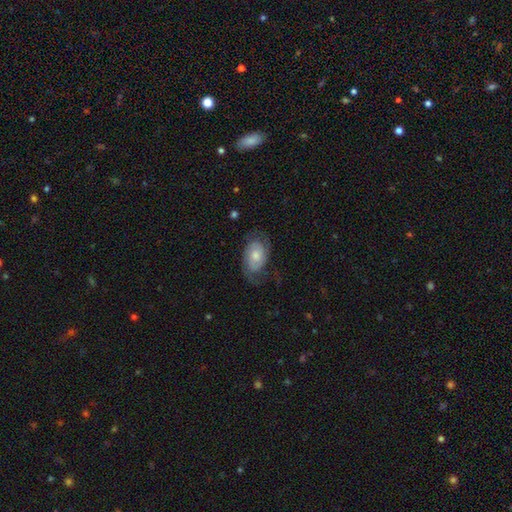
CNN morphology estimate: Smooth or featured? featured or disk (63%)
Edge-on disk? no (96%)
Bar? no (71%)
Spiral arms? yes (87%)
Spiral winding? medium (40%)
Spiral arm count? 2 (71%)
Bulge size? moderate (52%)
Merging? none (59%)